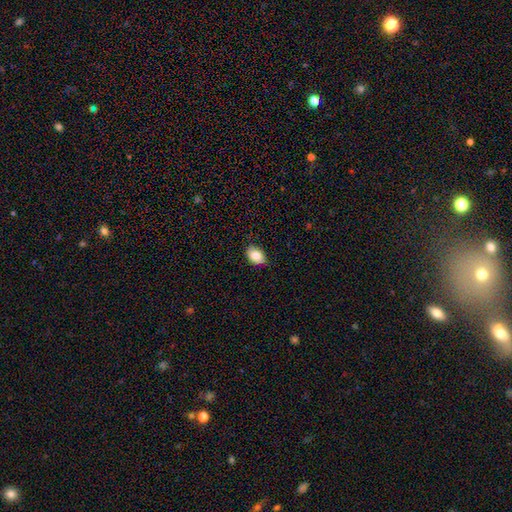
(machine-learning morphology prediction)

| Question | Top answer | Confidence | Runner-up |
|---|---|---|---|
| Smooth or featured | smooth | 84% | featured or disk (8%) |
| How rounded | in between | 84% | round (15%) |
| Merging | none | 82% | minor disturbance (14%) |